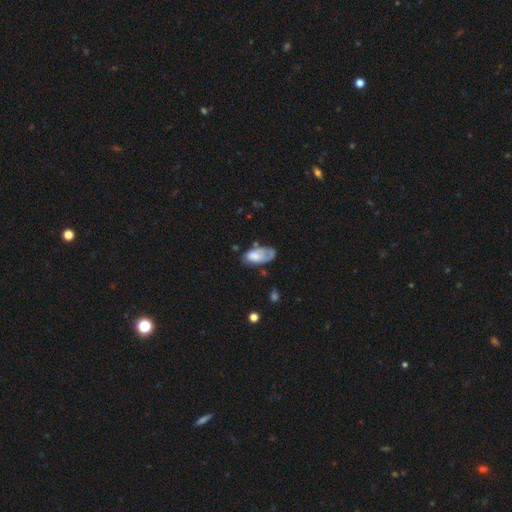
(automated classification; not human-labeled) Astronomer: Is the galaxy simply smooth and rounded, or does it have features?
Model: smooth — 64%.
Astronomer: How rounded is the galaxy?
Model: in between — 92%.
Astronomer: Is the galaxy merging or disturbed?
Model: none — 38% (runner-up: minor disturbance, 33%).